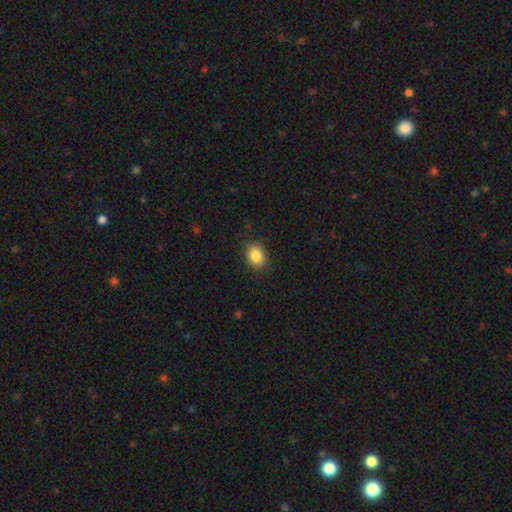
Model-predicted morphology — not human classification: This is clearly a smooth galaxy (86%). How rounded: likely in between (64%). Merging: clearly none (87%).